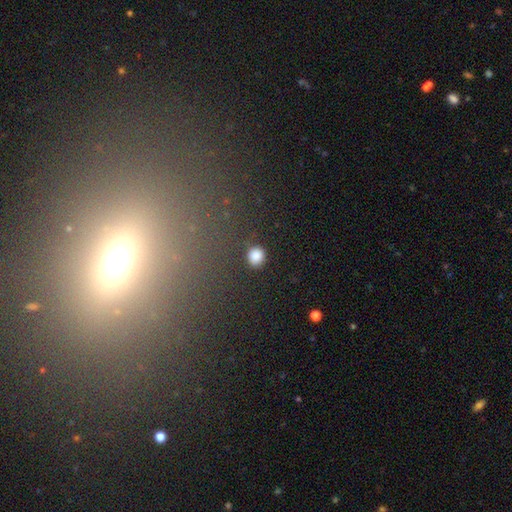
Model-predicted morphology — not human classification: Overall: smooth (85%). How rounded: round (85%). Merging: none (86%).